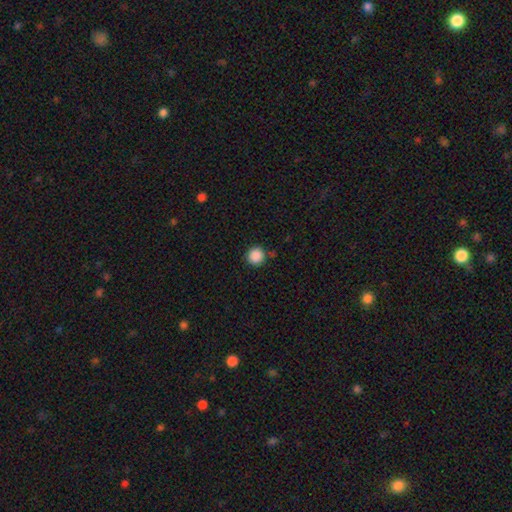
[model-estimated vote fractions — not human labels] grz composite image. It shows a smooth galaxy with no disk features (88%) that is round (95%). Merging: none (87%).